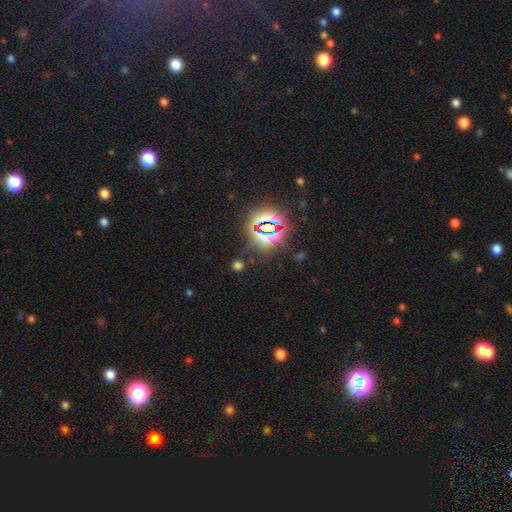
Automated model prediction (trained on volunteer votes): A star or artifact, not a galaxy (79%).

Vote fractions:
- Smooth or featured? star or artifact: 79% / smooth: 13% / featured or disk: 8%